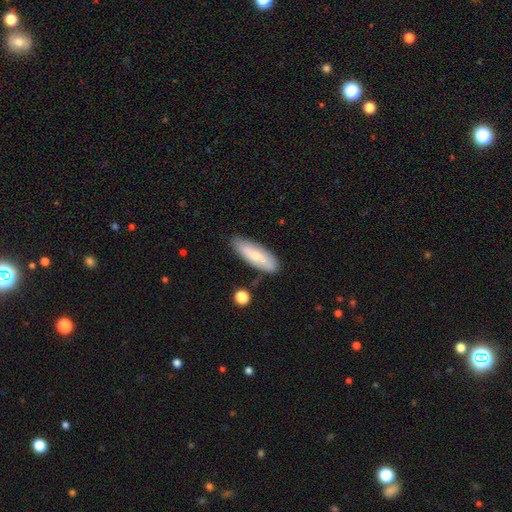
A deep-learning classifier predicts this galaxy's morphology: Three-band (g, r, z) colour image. It shows a smooth galaxy with no disk features (67%) that is in between round and cigar-shaped (54%). Merging: none (83%).